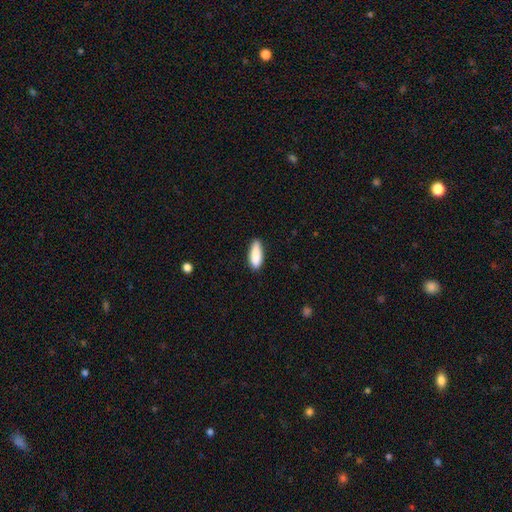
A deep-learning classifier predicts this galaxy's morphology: This is clearly a smooth galaxy (89%). How rounded: likely in between (67%). Merging: clearly none (81%).